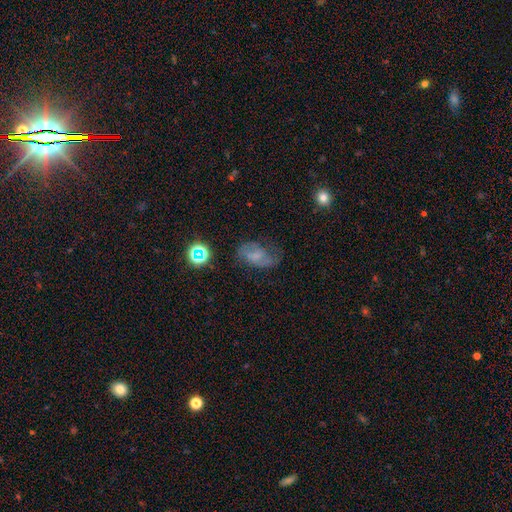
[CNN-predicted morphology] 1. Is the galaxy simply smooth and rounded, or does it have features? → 45% featured or disk, 40% smooth, 15% star or artifact.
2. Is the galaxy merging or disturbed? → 52% none, 27% minor disturbance, 19% major disturbance, 3% merger.